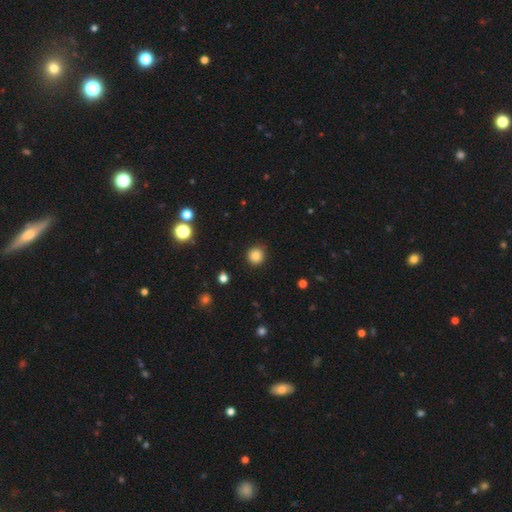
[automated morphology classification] Smooth or featured? smooth (85%)
How rounded? round (94%)
Merging? none (90%)